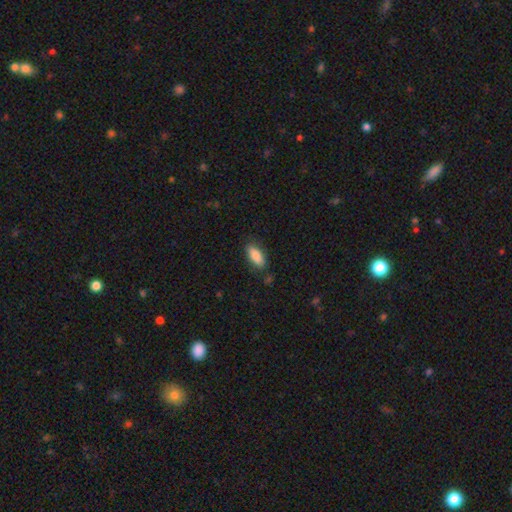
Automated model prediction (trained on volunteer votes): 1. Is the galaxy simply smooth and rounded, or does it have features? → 85% smooth, 9% featured or disk, 7% star or artifact.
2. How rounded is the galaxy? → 82% in between, 15% cigar-shaped, 2% round.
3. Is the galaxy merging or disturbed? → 83% none, 13% minor disturbance, 3% major disturbance, 2% merger.